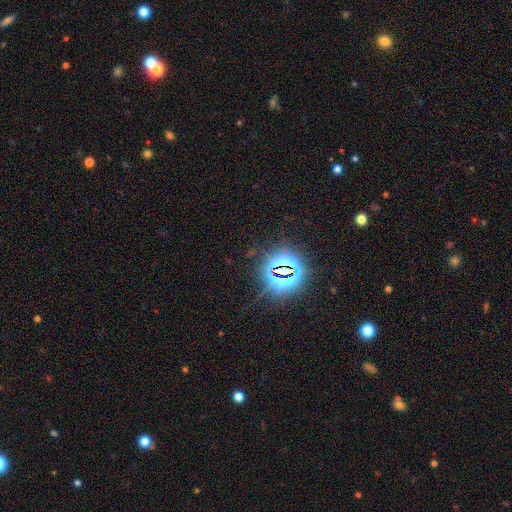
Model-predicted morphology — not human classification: star or artifact 81%, smooth 11%, featured or disk 8%.